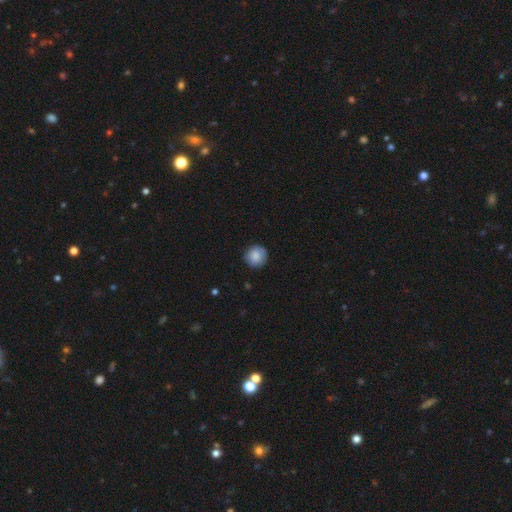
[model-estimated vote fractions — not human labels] smooth-or-featured: smooth: 85% | featured or disk: 8% | star or artifact: 8%
  how-rounded: round: 93% | in between: 6% | cigar-shaped: 1%
  merging: none: 85% | minor disturbance: 12% | major disturbance: 2% | merger: 1%